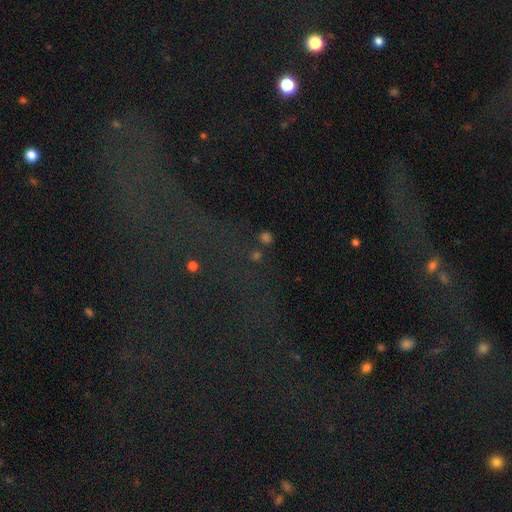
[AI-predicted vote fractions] The model was most divided on "smooth or featured": star or artifact: 63%, smooth: 27%, featured or disk: 10%.